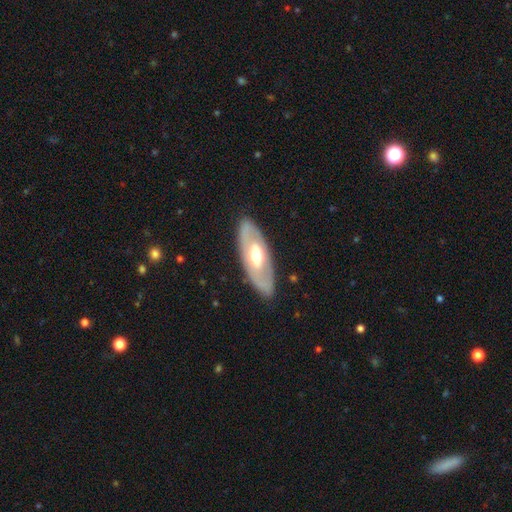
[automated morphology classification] Overall: featured or disk (58%; smooth 37%). Edge-on disk: no (79%). Merging: none (85%).